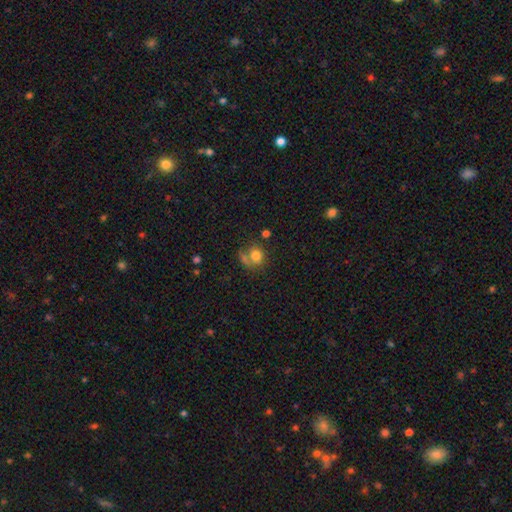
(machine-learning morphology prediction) This is likely a smooth galaxy (77%). How rounded: likely round (71%). Merging: possibly none (48%).